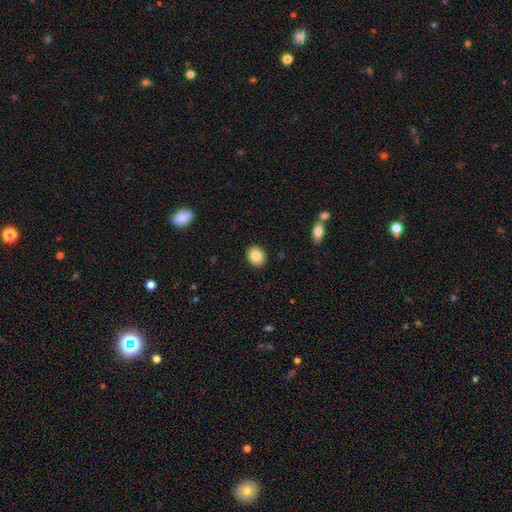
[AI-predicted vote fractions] Smooth or featured? Predicted: smooth (p=0.84). How rounded? Predicted: round (p=0.66). Merging? Predicted: none (p=0.91).